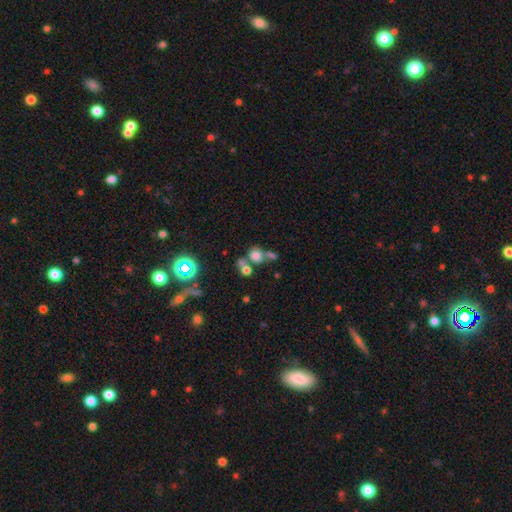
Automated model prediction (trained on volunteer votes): A smooth galaxy with no disk features (66%) that is round (73%).

Vote fractions:
- Smooth or featured? smooth: 66% / star or artifact: 19% / featured or disk: 14%
- How rounded? round: 73% / in between: 26% / cigar-shaped: 2%
- Merging? merger: 43% / none: 39% / minor disturbance: 10% / major disturbance: 8%